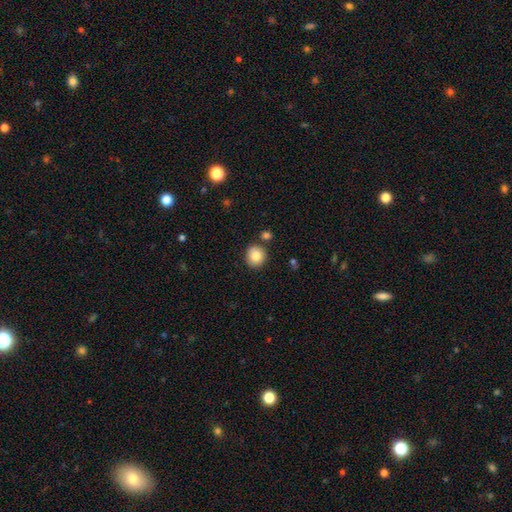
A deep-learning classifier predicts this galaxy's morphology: Smooth or featured?
  - smooth: 83% *
  - star or artifact: 9%
  - featured or disk: 7%
How rounded?
  - round: 88% *
  - in between: 11%
  - cigar-shaped: 1%
Merging?
  - none: 84% *
  - minor disturbance: 8%
  - merger: 6%
  - major disturbance: 2%